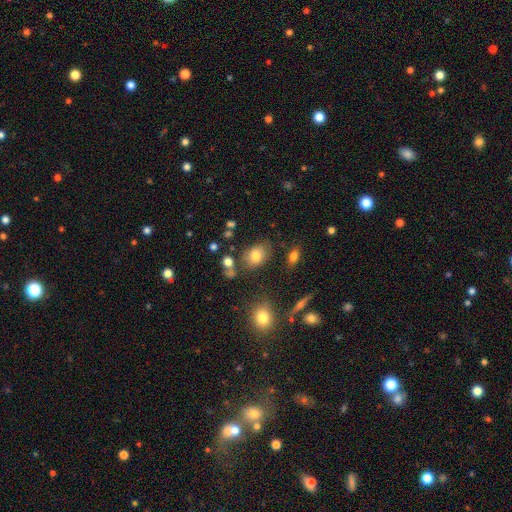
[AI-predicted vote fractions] smooth-or-featured: smooth: 78% | star or artifact: 11% | featured or disk: 11%
  how-rounded: in between: 68% | round: 31% | cigar-shaped: 1%
  merging: none: 73% | minor disturbance: 16% | merger: 6% | major disturbance: 5%